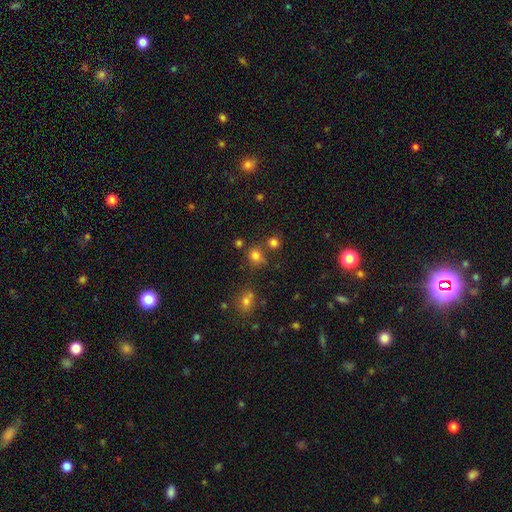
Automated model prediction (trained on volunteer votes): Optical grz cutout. It shows a smooth galaxy with no disk features (75%) that is round (77%). Merging: none (67%).